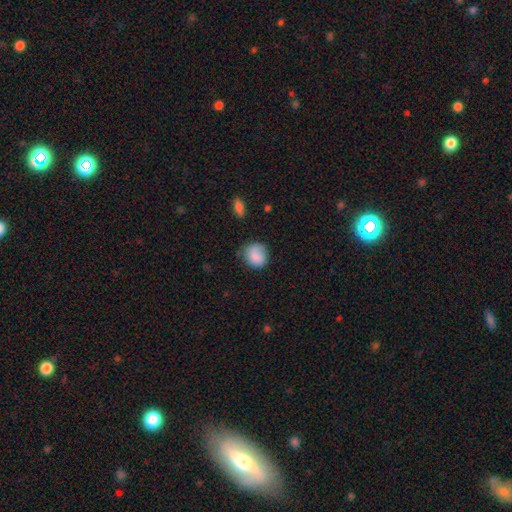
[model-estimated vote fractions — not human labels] A smooth galaxy with no disk features (84%) that is round (75%). Merging: none (63%).